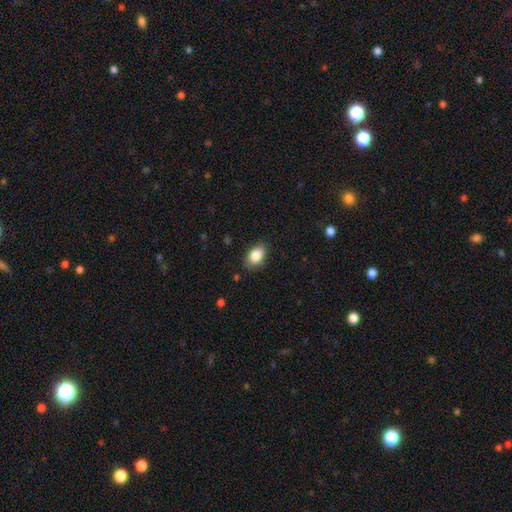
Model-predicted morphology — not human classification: This appears to be a smooth galaxy with no disk features (86%) that is in between round and cigar-shaped (88%). Merging: none (83%).